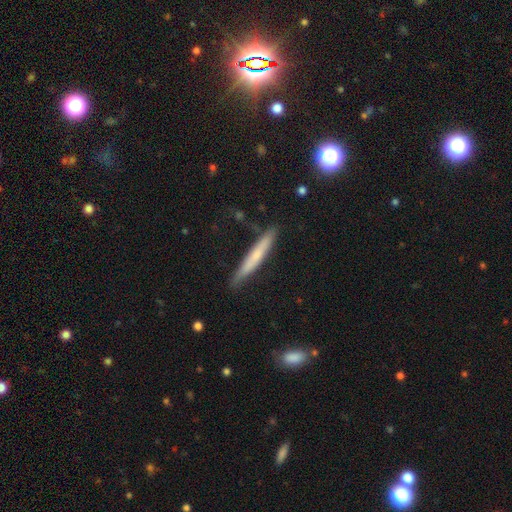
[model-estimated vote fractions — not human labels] Smooth or featured? Predicted: smooth (p=0.55). How rounded? Predicted: cigar-shaped (p=0.95). Merging? Predicted: none (p=0.84).